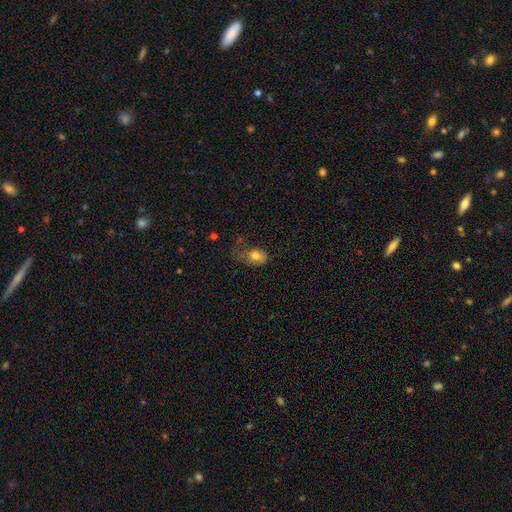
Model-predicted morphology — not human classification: A smooth galaxy with no disk features (73%) that is in between round and cigar-shaped (72%).

Vote fractions:
- Smooth or featured? smooth: 73% / featured or disk: 19% / star or artifact: 8%
- How rounded? in between: 72% / round: 27% / cigar-shaped: 2%
- Merging? major disturbance: 44% / minor disturbance: 27% / none: 25% / merger: 4%